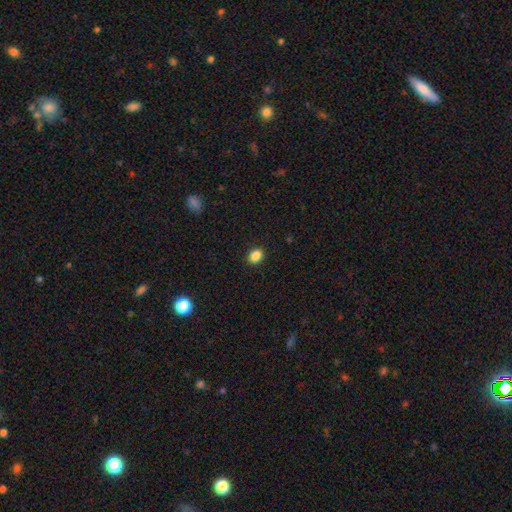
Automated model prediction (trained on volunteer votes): A smooth galaxy with no disk features (87%) that is in between round and cigar-shaped (53%).

Vote fractions:
- Smooth or featured? smooth: 87% / star or artifact: 10% / featured or disk: 3%
- How rounded? in between: 53% / round: 46% / cigar-shaped: 1%
- Merging? none: 91% / minor disturbance: 6% / major disturbance: 2% / merger: 1%